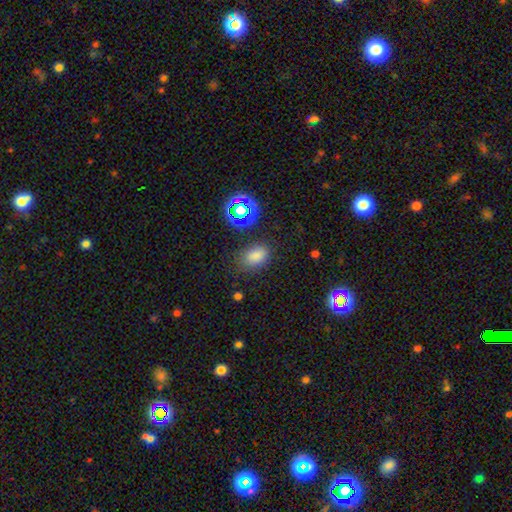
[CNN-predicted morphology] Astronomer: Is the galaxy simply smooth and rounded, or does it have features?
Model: smooth — 75%.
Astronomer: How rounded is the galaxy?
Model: in between — 78%.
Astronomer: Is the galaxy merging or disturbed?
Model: none — 77%.